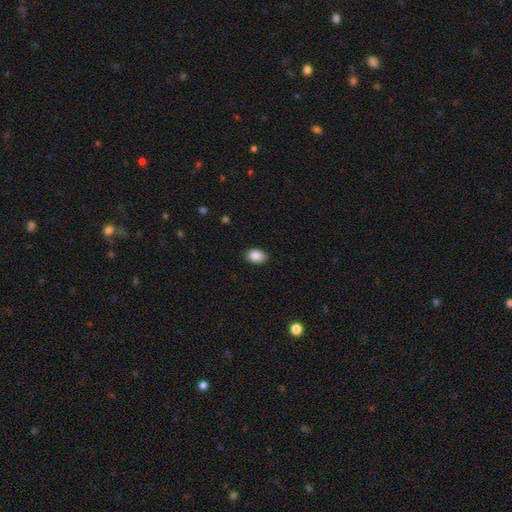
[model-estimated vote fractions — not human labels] Q: Smooth or featured?
A: smooth (89%); runner-up: star or artifact (8%)
Q: How rounded?
A: in between (82%); runner-up: round (17%)
Q: Merging?
A: none (87%); runner-up: minor disturbance (10%)